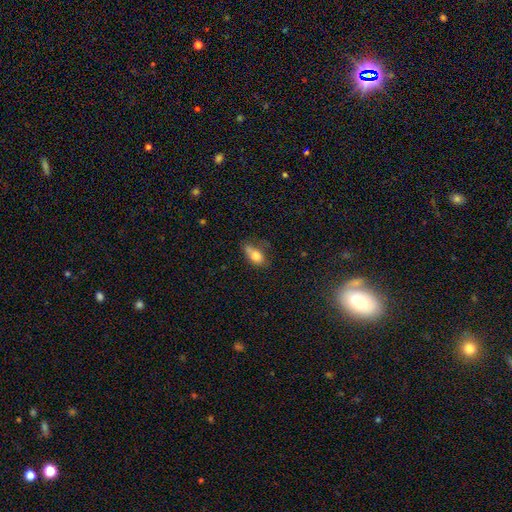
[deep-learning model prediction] Smooth or featured?
  - smooth: 76% *
  - featured or disk: 15%
  - star or artifact: 10%
How rounded?
  - in between: 80% *
  - round: 14%
  - cigar-shaped: 6%
Merging?
  - none: 35% *
  - minor disturbance: 31%
  - major disturbance: 17%
  - merger: 17%